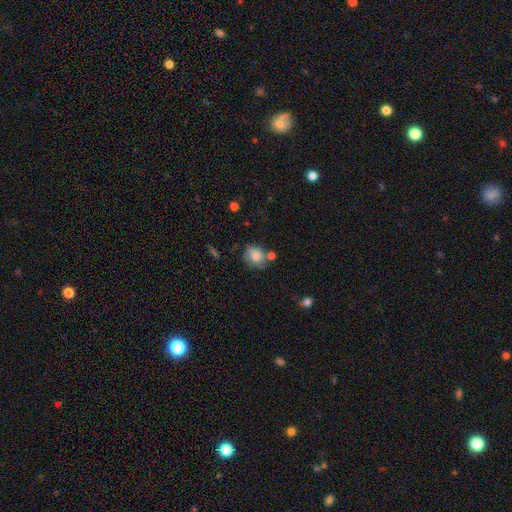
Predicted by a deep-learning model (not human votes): Q: Smooth or featured?
A: smooth (68%); runner-up: featured or disk (23%)
Q: How rounded?
A: round (75%); runner-up: in between (24%)
Q: Merging?
A: none (54%); runner-up: minor disturbance (22%)